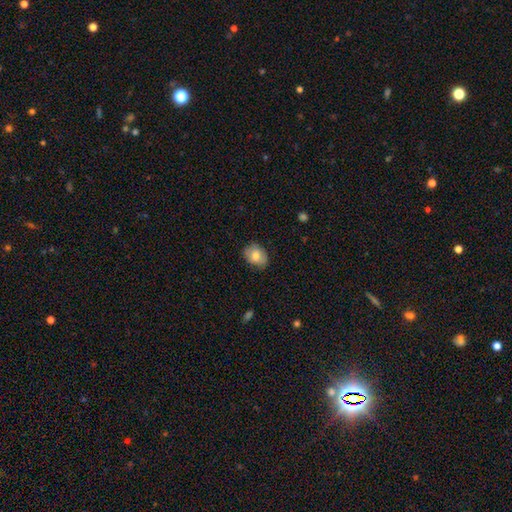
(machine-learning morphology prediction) A smooth galaxy with no disk features (77%) that is in between round and cigar-shaped (64%).

Vote fractions:
- Smooth or featured? smooth: 77% / featured or disk: 15% / star or artifact: 8%
- How rounded? in between: 64% / round: 35% / cigar-shaped: 1%
- Merging? none: 79% / minor disturbance: 17% / major disturbance: 3% / merger: 1%